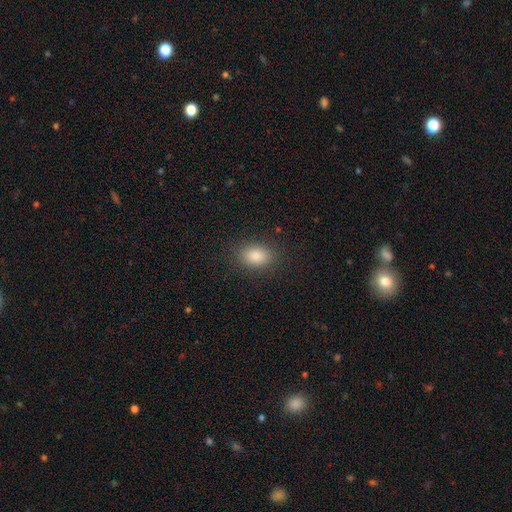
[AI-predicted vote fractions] Q: Smooth or featured?
A: smooth (84%); runner-up: star or artifact (10%)
Q: How rounded?
A: in between (79%); runner-up: round (20%)
Q: Merging?
A: none (88%); runner-up: minor disturbance (9%)